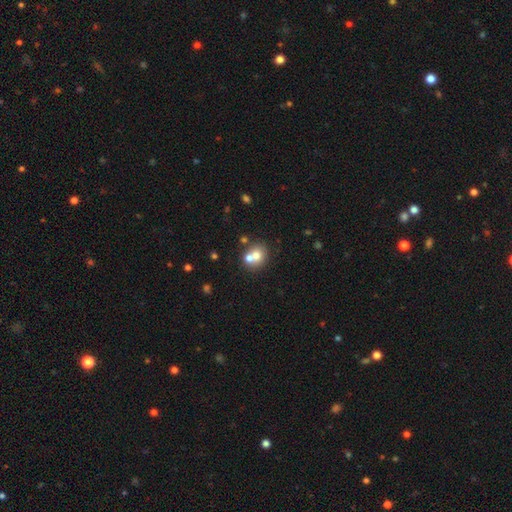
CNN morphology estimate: This is likely a smooth galaxy (68%). How rounded: likely round (75%). Merging: possibly merger (47%).